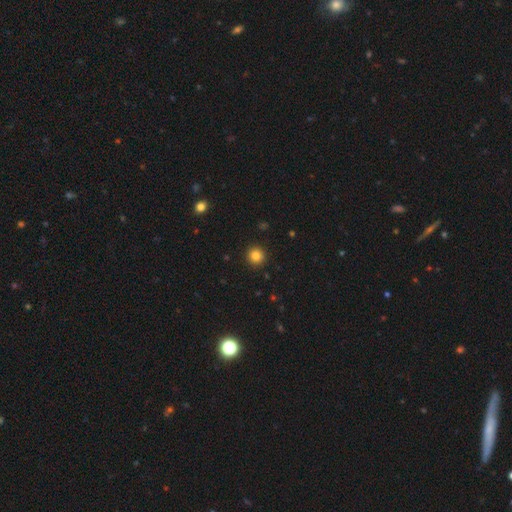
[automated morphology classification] type=smooth (84%); roundness=round (95%); merging=none (93%).